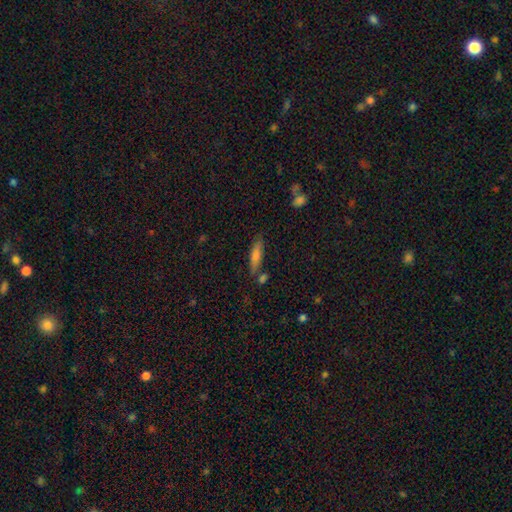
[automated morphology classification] Smooth or featured? Predicted: smooth (p=0.66). How rounded? Predicted: cigar-shaped (p=0.73). Merging? Predicted: none (p=0.76).